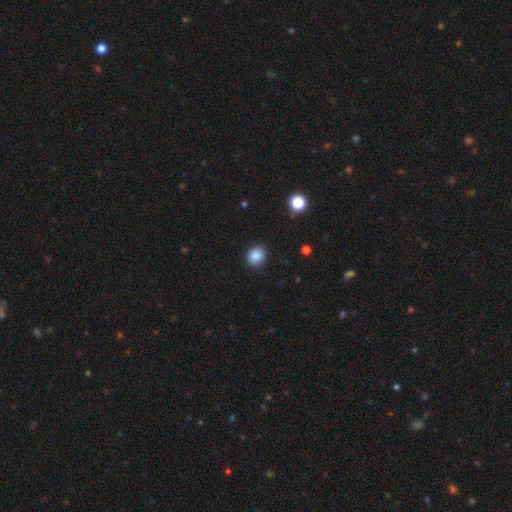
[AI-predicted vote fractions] This is clearly a smooth galaxy (87%). How rounded: likely round (71%). Merging: clearly none (89%).